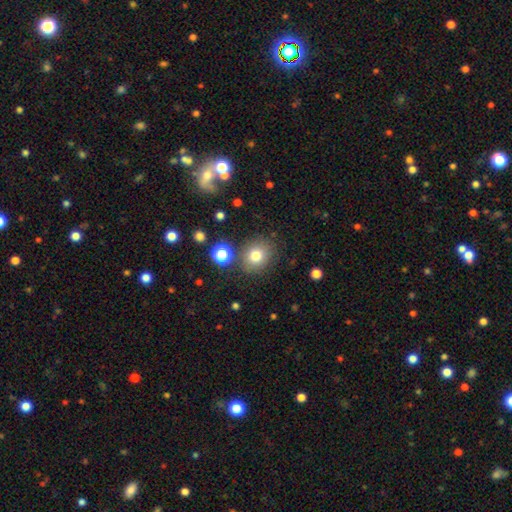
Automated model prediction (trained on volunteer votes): Overall: smooth (76%). How rounded: round (75%). Merging: none (80%).